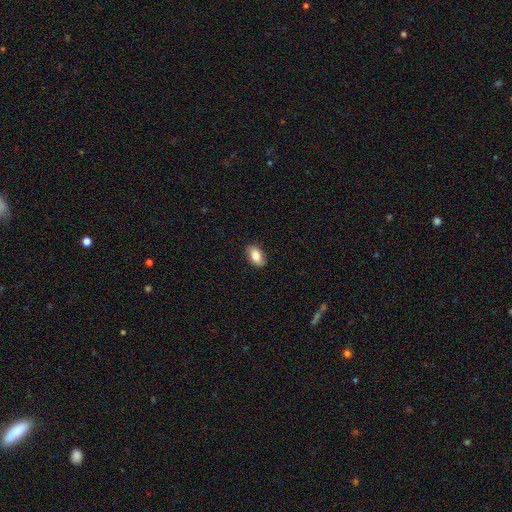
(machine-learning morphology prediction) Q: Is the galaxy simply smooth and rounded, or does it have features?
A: smooth — 80%.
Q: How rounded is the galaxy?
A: in between — 90%.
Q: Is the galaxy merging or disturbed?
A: none — 86%.